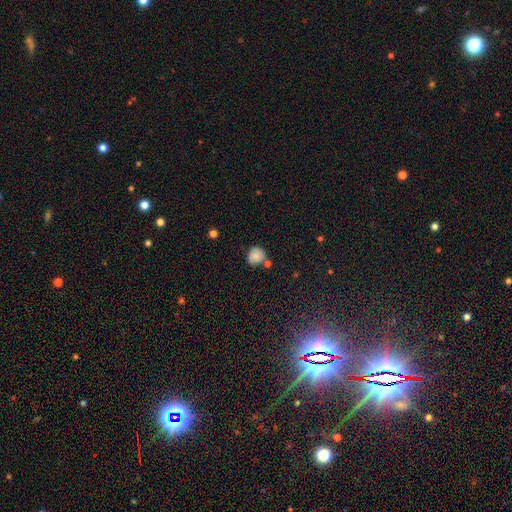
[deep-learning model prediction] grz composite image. It shows a smooth galaxy with no disk features (83%) that is round (82%). Merging: none (65%).